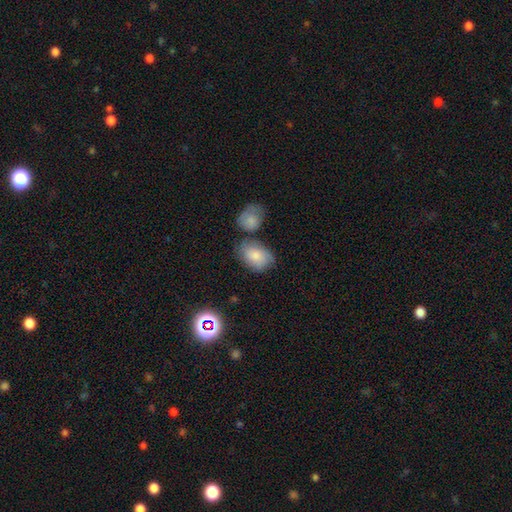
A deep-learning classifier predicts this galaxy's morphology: smooth-or-featured: smooth: 78% | featured or disk: 14% | star or artifact: 7%
  how-rounded: in between: 80% | round: 19% | cigar-shaped: 1%
  merging: none: 57% | minor disturbance: 21% | merger: 15% | major disturbance: 7%